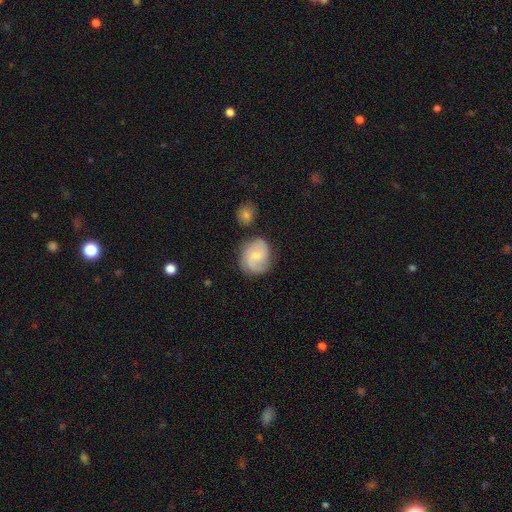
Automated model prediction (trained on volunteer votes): Smooth or featured: featured or disk — 57% (smooth — 35%)
Edge-on disk: no — 97% (yes — 3%)
Bar: no — 59% (weak — 36%)
Spiral arms: yes — 88% (no — 12%)
Bulge size: small — 57% (moderate — 37%)
Merging: none — 67% (minor disturbance — 19%)